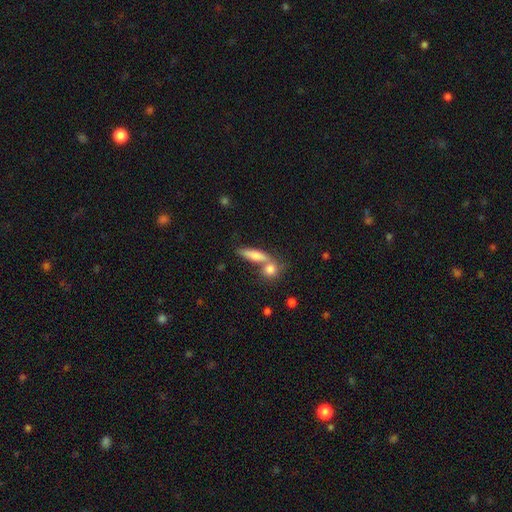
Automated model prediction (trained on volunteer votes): The model was most divided on "merging": none: 51%, merger: 33%, minor disturbance: 12%, major disturbance: 5%. More confident: smooth or featured — smooth (74%); how rounded — cigar-shaped (59%).